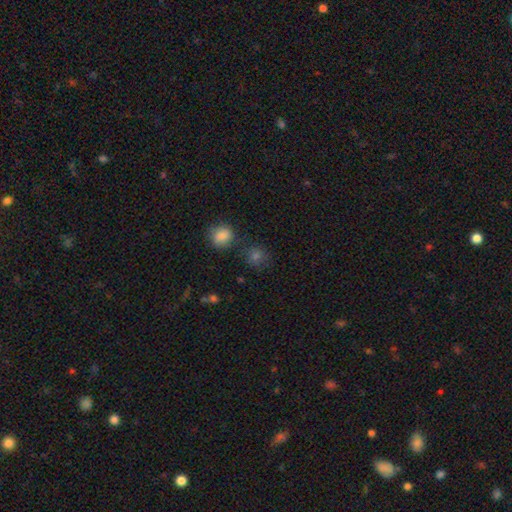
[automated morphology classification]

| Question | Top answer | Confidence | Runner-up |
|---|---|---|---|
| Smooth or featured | smooth | 69% | star or artifact (24%) |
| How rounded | round | 85% | in between (14%) |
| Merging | none | 74% | merger (12%) |